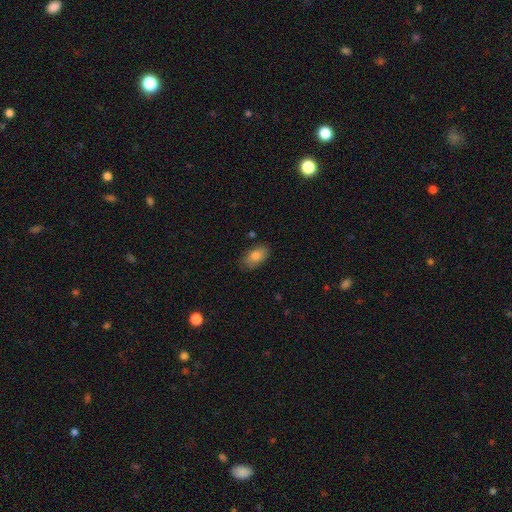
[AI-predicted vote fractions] Morphology: type=smooth (83%); roundness=in between (92%); merging=none (81%).